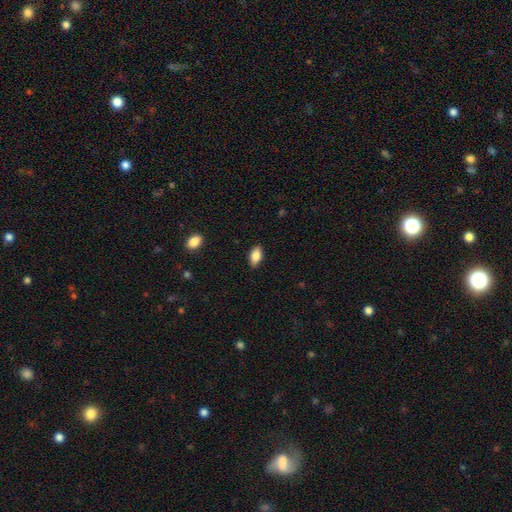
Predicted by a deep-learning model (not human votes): A smooth galaxy with no disk features (84%) that is in between round and cigar-shaped (91%).

Vote fractions:
- Smooth or featured? smooth: 84% / featured or disk: 9% / star or artifact: 7%
- How rounded? in between: 91% / cigar-shaped: 5% / round: 4%
- Merging? none: 87% / minor disturbance: 10% / major disturbance: 2% / merger: 1%